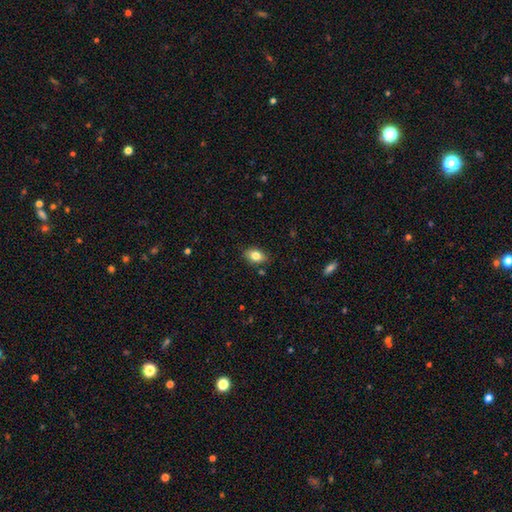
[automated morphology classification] A smooth galaxy with no disk features (82%) that is in between round and cigar-shaped (84%).

Vote fractions:
- Smooth or featured? smooth: 82% / featured or disk: 10% / star or artifact: 9%
- How rounded? in between: 84% / round: 15% / cigar-shaped: 2%
- Merging? none: 84% / minor disturbance: 12% / major disturbance: 2% / merger: 2%